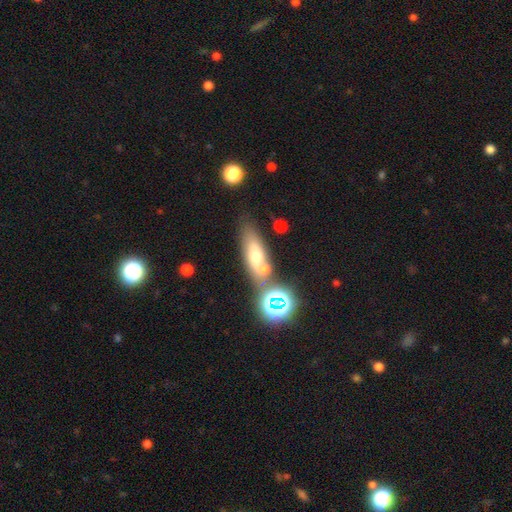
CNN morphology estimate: smooth 50%, featured or disk 27%, star or artifact 23%. Down the decision tree: how rounded — in between (51%); merging — none (56%).